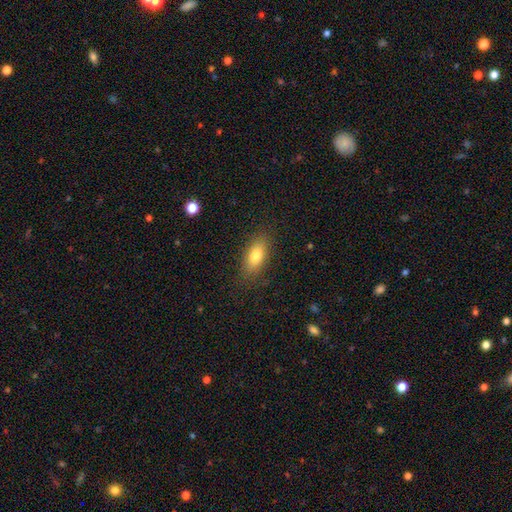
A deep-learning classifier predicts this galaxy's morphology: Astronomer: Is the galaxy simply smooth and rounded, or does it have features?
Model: smooth — 80%.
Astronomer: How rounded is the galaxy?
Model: in between — 82%.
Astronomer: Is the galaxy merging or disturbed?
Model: none — 84%.